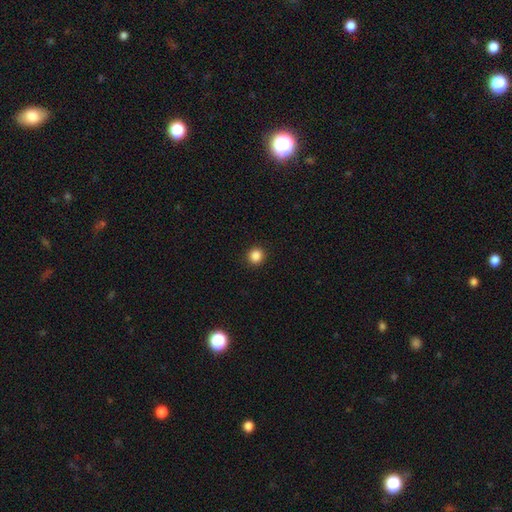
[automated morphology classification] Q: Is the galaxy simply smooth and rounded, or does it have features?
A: smooth — 87%.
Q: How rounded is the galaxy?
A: round — 93%.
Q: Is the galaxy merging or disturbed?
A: none — 93%.